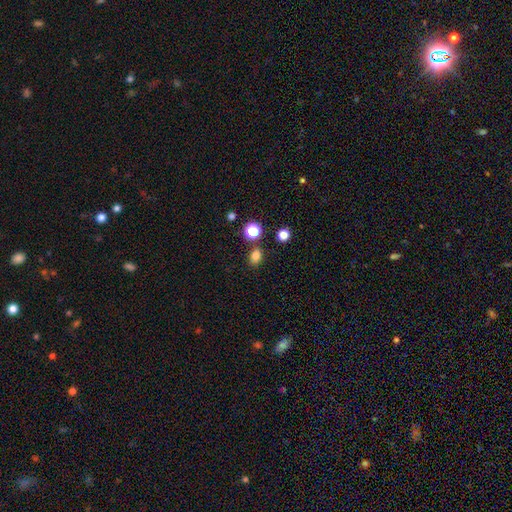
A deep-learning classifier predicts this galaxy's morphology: Smooth or featured? smooth (80%)
How rounded? in between (60%)
Merging? none (80%)